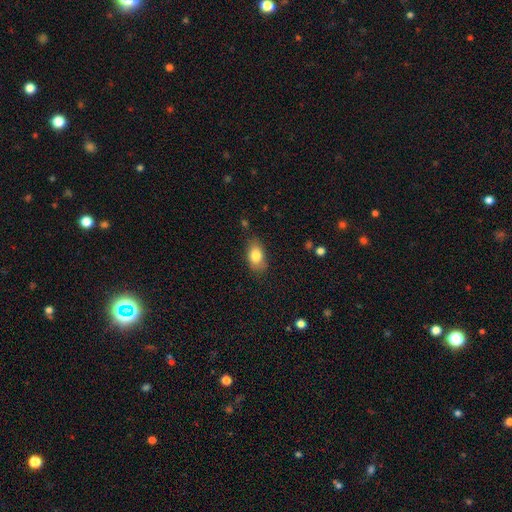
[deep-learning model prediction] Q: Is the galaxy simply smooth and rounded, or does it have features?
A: smooth — 82%.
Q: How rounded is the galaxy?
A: in between — 88%.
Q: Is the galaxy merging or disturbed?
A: none — 77%.